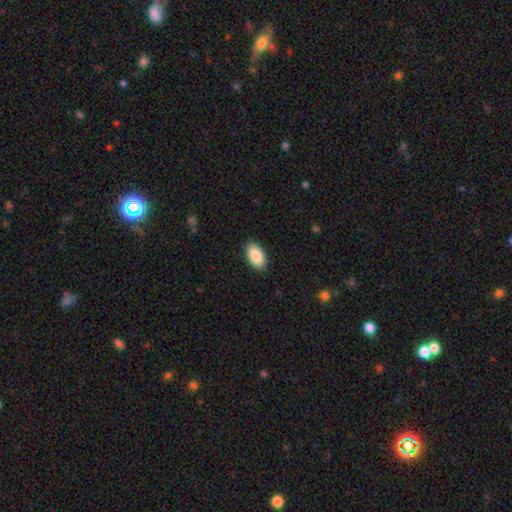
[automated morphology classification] smooth_or_featured: smooth (p=0.88) [alt: star or artifact p=0.06]
how_rounded: in between (p=0.96) [alt: round p=0.03]
merging: none (p=0.90) [alt: minor disturbance p=0.08]